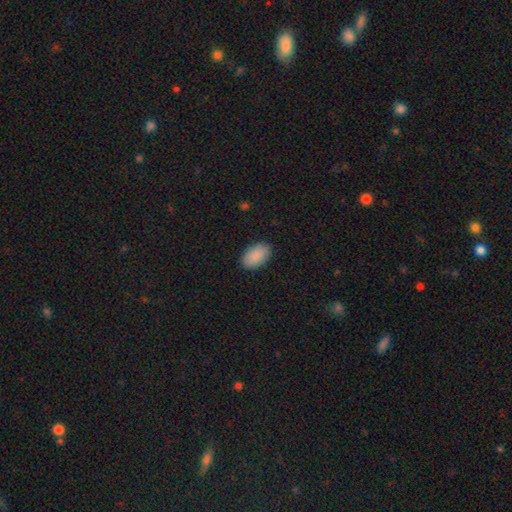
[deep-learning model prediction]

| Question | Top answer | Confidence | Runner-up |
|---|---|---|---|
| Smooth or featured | smooth | 90% | star or artifact (6%) |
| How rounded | in between | 93% | round (6%) |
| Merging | none | 88% | minor disturbance (9%) |